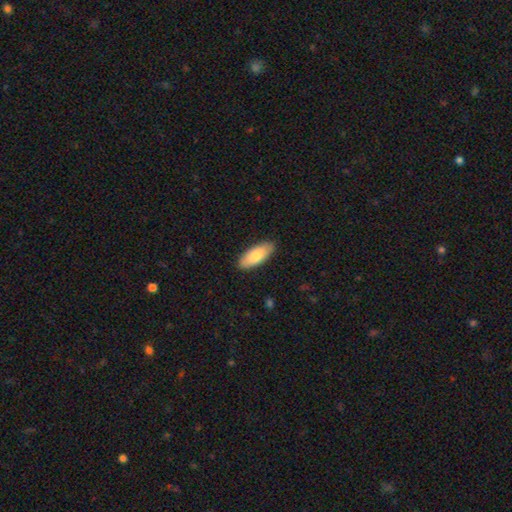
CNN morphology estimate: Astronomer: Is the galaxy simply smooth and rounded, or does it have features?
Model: smooth — 83%.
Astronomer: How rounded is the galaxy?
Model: in between — 84%.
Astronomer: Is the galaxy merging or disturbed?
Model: none — 88%.